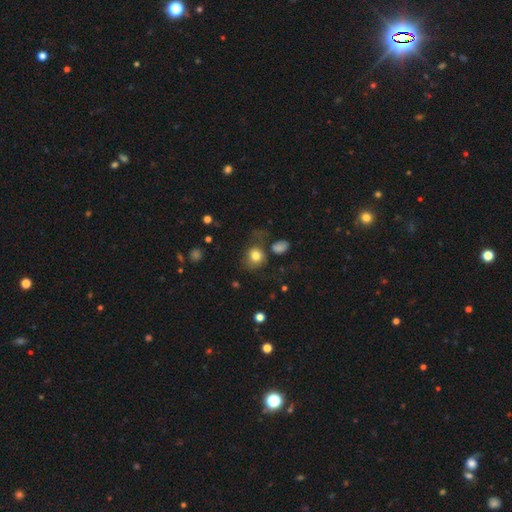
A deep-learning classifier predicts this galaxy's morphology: Smooth or featured: smooth — 78% (featured or disk — 11%)
How rounded: round — 73% (in between — 26%)
Merging: none — 53% (minor disturbance — 21%)